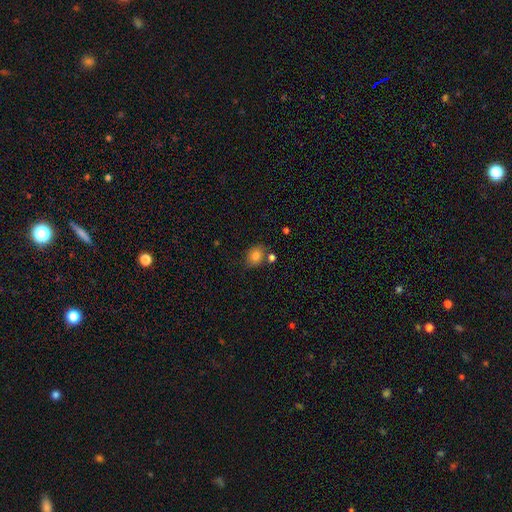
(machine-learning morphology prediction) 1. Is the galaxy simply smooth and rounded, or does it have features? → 81% smooth, 11% star or artifact, 8% featured or disk.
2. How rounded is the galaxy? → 53% round, 46% in between, 1% cigar-shaped.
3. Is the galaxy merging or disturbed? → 70% none, 15% minor disturbance, 11% merger, 4% major disturbance.